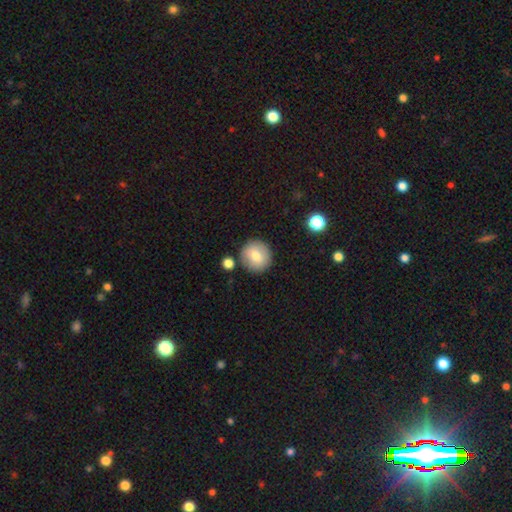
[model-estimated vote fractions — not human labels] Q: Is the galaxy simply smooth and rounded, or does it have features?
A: smooth — 78%.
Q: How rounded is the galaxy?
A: round — 94%.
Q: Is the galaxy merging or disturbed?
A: none — 84%.